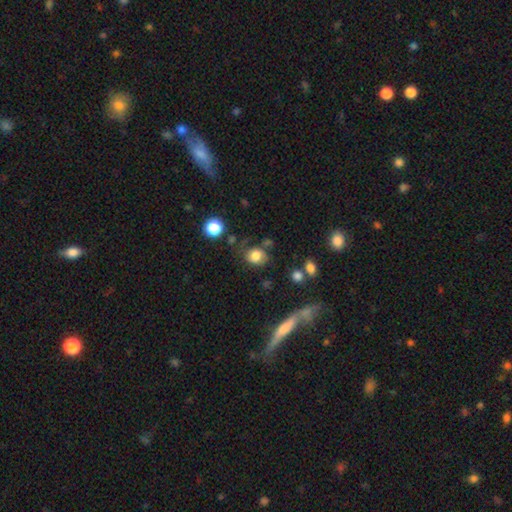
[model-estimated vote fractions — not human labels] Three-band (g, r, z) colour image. It shows a smooth galaxy with no disk features (79%) that is round (62%). Merging: none (62%).